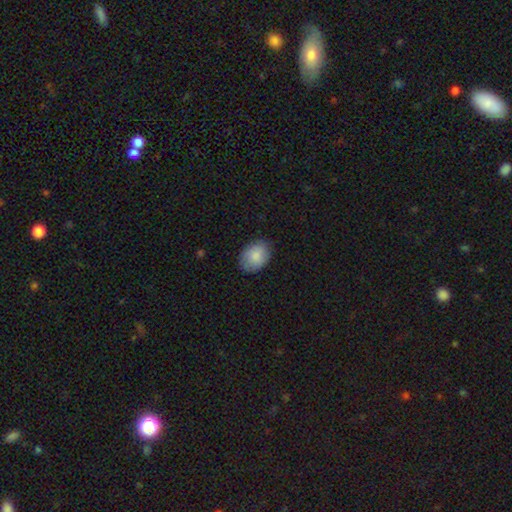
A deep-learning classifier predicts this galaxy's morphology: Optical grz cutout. It shows a smooth galaxy with no disk features (86%) that is in between round and cigar-shaped (78%). Merging: none (82%).